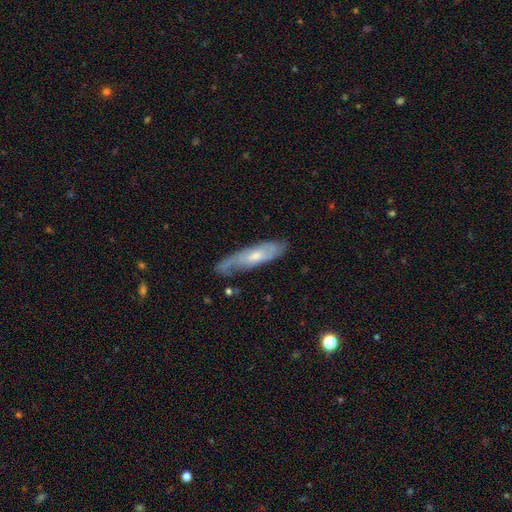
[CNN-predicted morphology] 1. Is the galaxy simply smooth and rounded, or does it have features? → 65% featured or disk, 29% smooth, 6% star or artifact.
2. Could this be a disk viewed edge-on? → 67% no, 33% yes.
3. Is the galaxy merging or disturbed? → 69% none, 22% minor disturbance, 7% major disturbance, 2% merger.